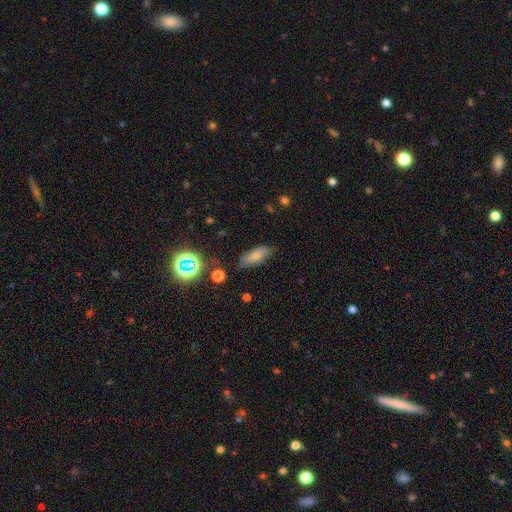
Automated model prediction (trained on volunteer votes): Q: Smooth or featured?
A: smooth (72%); runner-up: featured or disk (16%)
Q: How rounded?
A: in between (77%); runner-up: cigar-shaped (19%)
Q: Merging?
A: none (74%); runner-up: minor disturbance (19%)